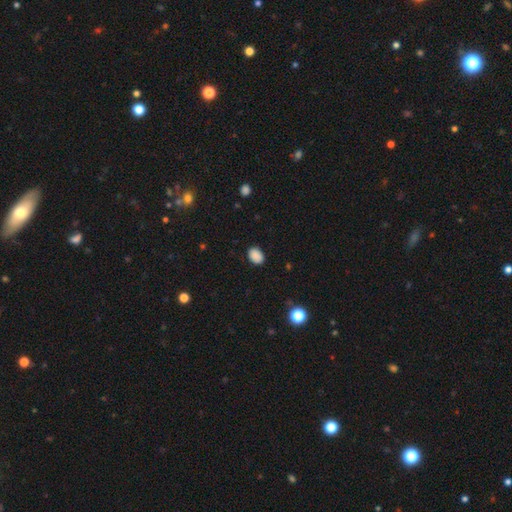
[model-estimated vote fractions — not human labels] Smooth or featured? Predicted: smooth (p=0.88). How rounded? Predicted: in between (p=0.76). Merging? Predicted: none (p=0.86).